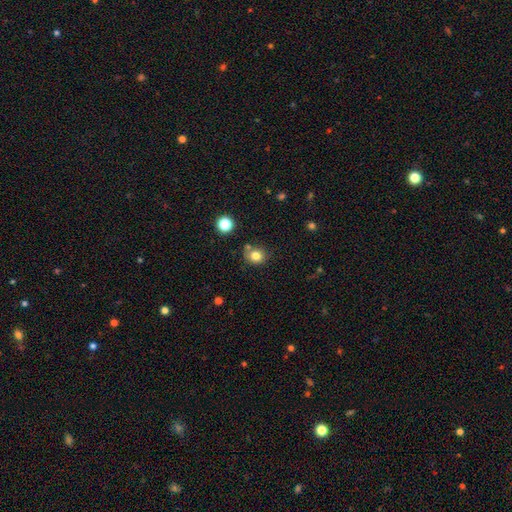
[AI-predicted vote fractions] Smooth or featured? smooth (79%)
How rounded? round (77%)
Merging? none (72%)